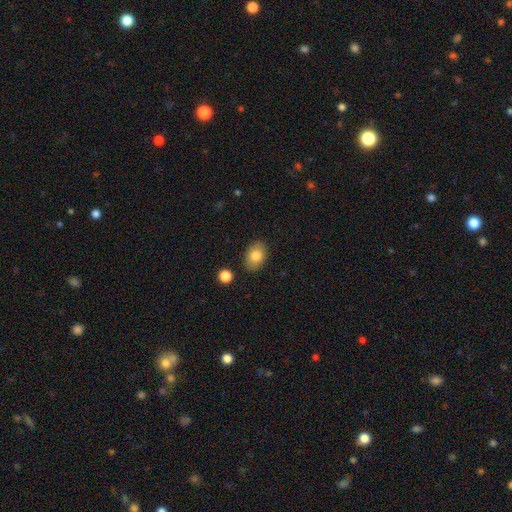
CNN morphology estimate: Smooth or featured? Predicted: smooth (p=0.82). How rounded? Predicted: in between (p=0.83). Merging? Predicted: none (p=0.86).